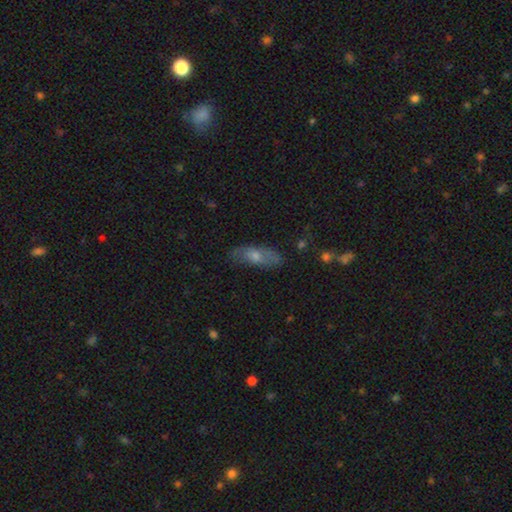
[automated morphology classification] A smooth galaxy with no disk features (57%) that is in between round and cigar-shaped (63%).

Vote fractions:
- Smooth or featured? smooth: 57% / featured or disk: 34% / star or artifact: 9%
- How rounded? in between: 63% / cigar-shaped: 33% / round: 4%
- Merging? none: 74% / minor disturbance: 19% / major disturbance: 5% / merger: 2%